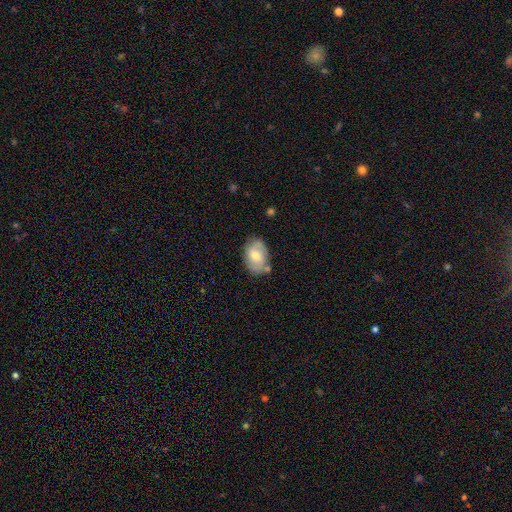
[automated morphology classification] smooth-or-featured: smooth: 49% | featured or disk: 43% | star or artifact: 7%
  merging: none: 68% | minor disturbance: 21% | merger: 6% | major disturbance: 5%